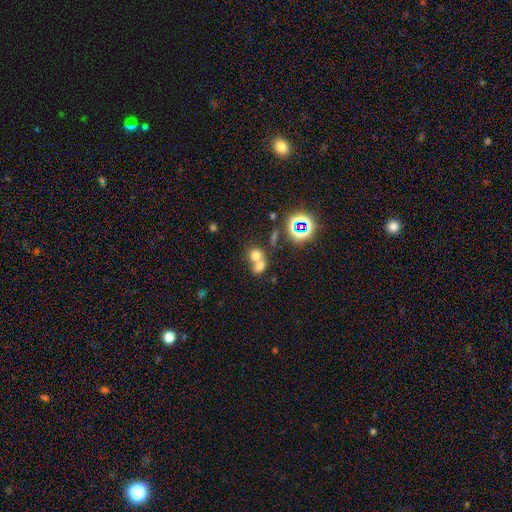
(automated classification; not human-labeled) smooth_or_featured: smooth (p=0.67) [alt: star or artifact p=0.19]
how_rounded: round (p=0.65) [alt: in between p=0.33]
merging: merger (p=0.59) [alt: none p=0.31]